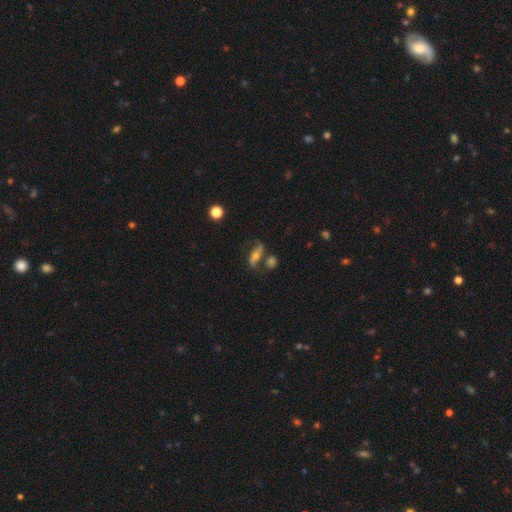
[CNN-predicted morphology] Smooth or featured? Predicted: featured or disk (p=0.61). Edge-on disk? Predicted: no (p=0.83). Bar? Predicted: no (p=0.50). Spiral arms? Predicted: yes (p=0.83). Bulge size? Predicted: moderate (p=0.50). Merging? Predicted: none (p=0.56).